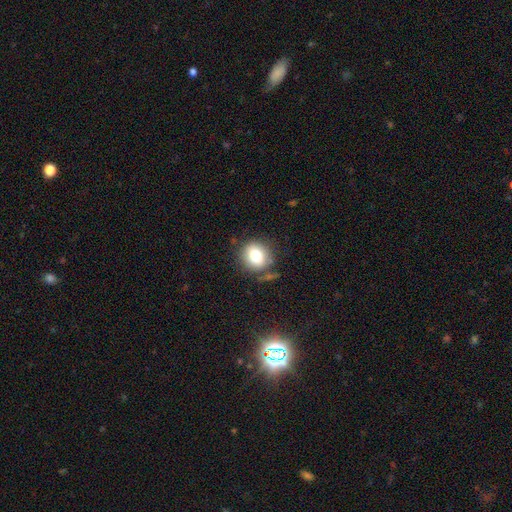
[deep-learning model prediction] smooth_or_featured: smooth (p=0.78) [alt: featured or disk p=0.12]
how_rounded: round (p=0.86) [alt: in between p=0.13]
merging: none (p=0.79) [alt: minor disturbance p=0.12]